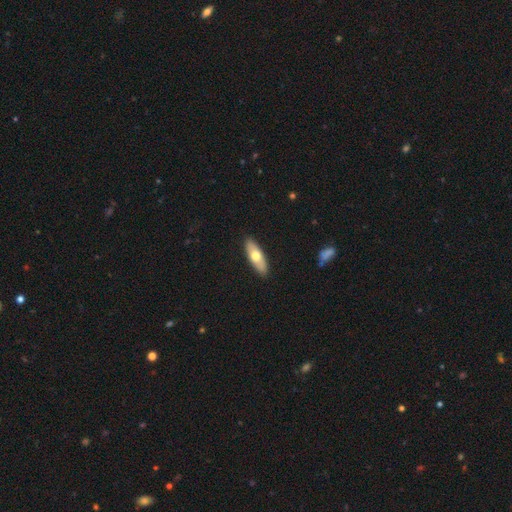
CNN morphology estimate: Q: Smooth or featured?
A: smooth (62%); runner-up: featured or disk (33%)
Q: How rounded?
A: in between (65%); runner-up: cigar-shaped (33%)
Q: Merging?
A: none (89%); runner-up: minor disturbance (8%)